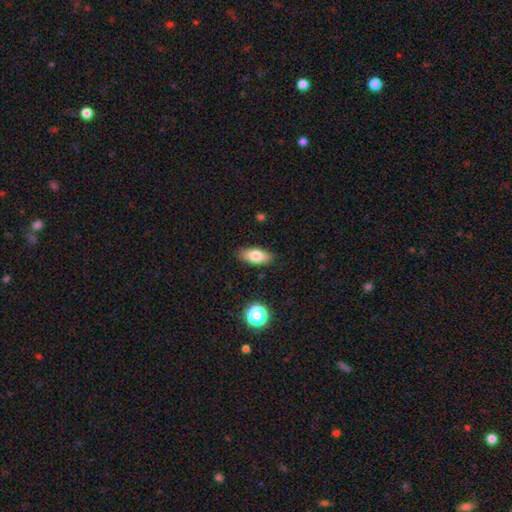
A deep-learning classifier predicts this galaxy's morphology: smooth-or-featured: smooth: 79% | featured or disk: 13% | star or artifact: 8%
  how-rounded: in between: 83% | cigar-shaped: 13% | round: 4%
  merging: none: 87% | minor disturbance: 9% | major disturbance: 2% | merger: 1%